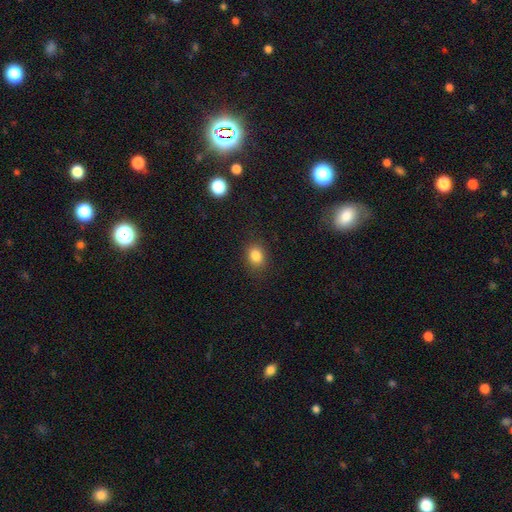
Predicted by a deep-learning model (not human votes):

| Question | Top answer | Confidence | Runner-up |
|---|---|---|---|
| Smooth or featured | smooth | 84% | star or artifact (11%) |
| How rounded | in between | 50% | round (49%) |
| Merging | none | 86% | minor disturbance (10%) |